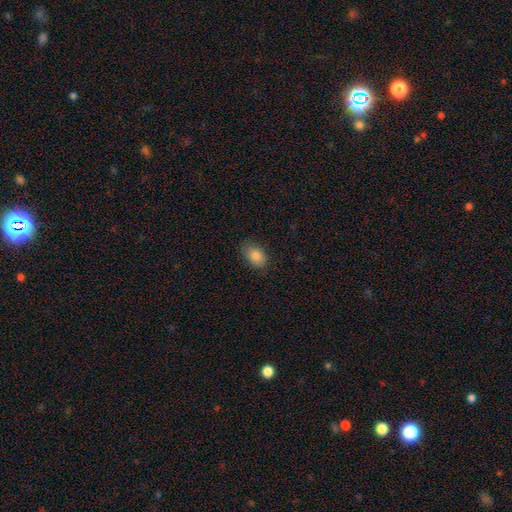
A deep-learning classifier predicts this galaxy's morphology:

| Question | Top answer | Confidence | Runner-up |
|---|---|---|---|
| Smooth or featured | smooth | 84% | star or artifact (8%) |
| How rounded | in between | 88% | round (10%) |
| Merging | none | 77% | minor disturbance (18%) |